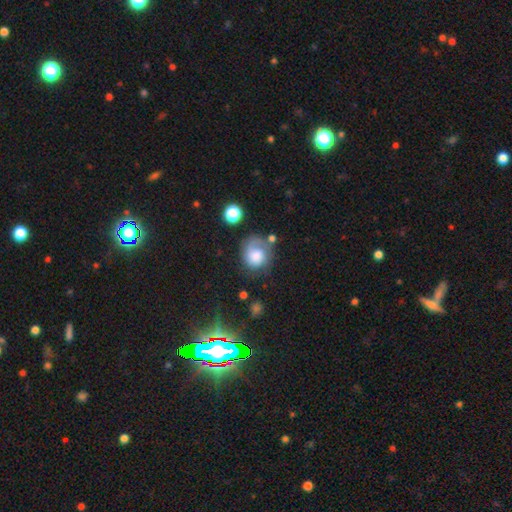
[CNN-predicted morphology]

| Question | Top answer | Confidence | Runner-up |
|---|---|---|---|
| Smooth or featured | smooth | 59% | featured or disk (31%) |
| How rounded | round | 73% | in between (27%) |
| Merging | none | 49% | minor disturbance (24%) |